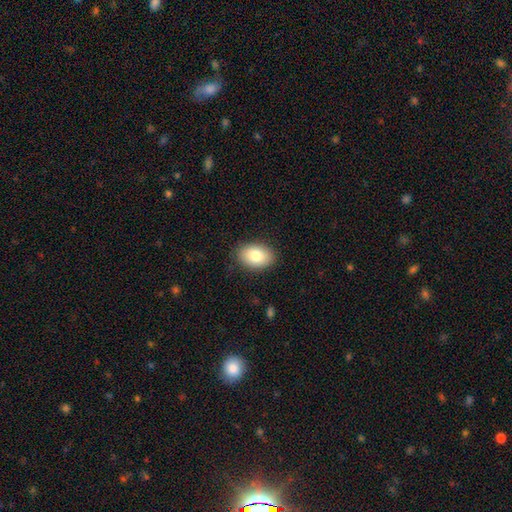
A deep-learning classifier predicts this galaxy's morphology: smooth 82%, featured or disk 11%, star or artifact 7%. Down the decision tree: how rounded — in between (85%); merging — none (87%).